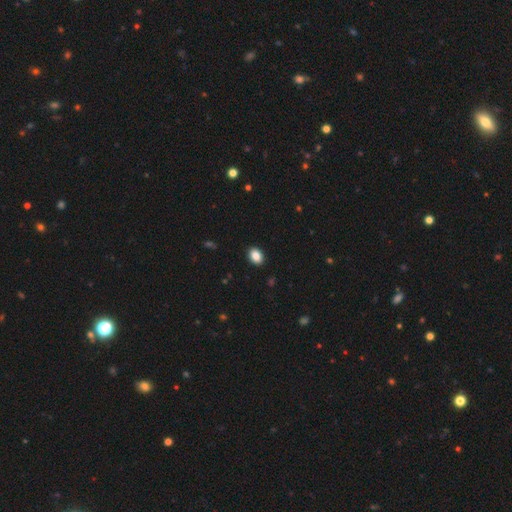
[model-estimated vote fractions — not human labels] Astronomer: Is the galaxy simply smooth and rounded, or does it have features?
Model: smooth — 87%.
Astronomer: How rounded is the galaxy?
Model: in between — 71%.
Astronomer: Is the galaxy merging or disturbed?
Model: none — 91%.